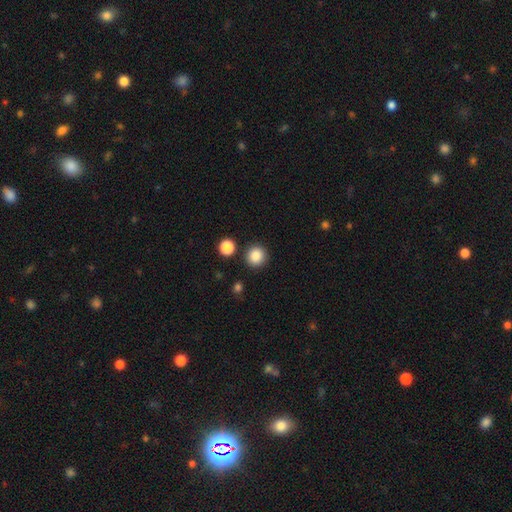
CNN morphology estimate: Q: Smooth or featured?
A: smooth (87%); runner-up: star or artifact (10%)
Q: How rounded?
A: round (91%); runner-up: in between (8%)
Q: Merging?
A: none (88%); runner-up: minor disturbance (6%)